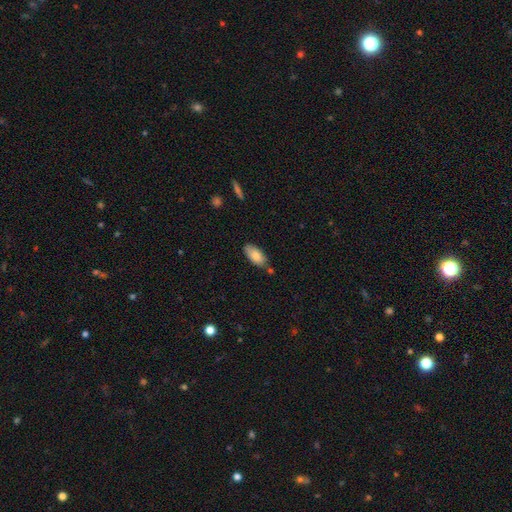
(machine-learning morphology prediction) The model was most divided on "merging": none: 74%, minor disturbance: 16%, merger: 7%, major disturbance: 3%. More confident: how rounded — in between (90%); smooth or featured — smooth (79%).